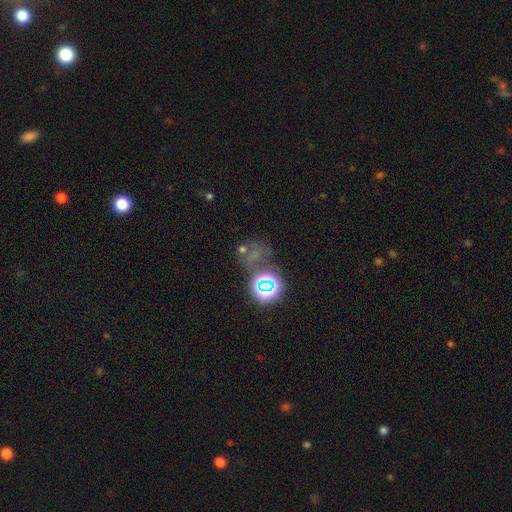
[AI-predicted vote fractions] A star or artifact, not a galaxy (53%).